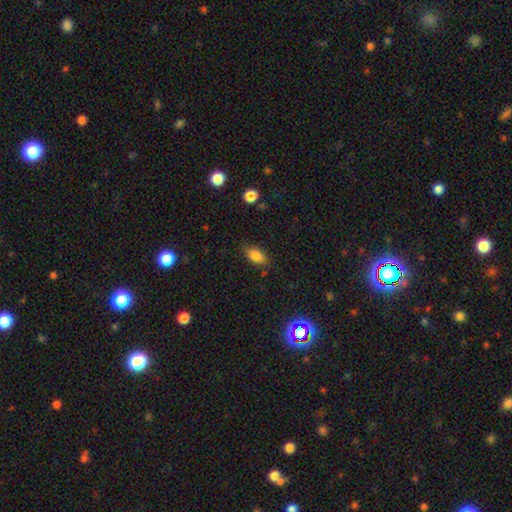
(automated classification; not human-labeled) A smooth galaxy with no disk features (84%) that is in between round and cigar-shaped (89%). Merging: none (80%).